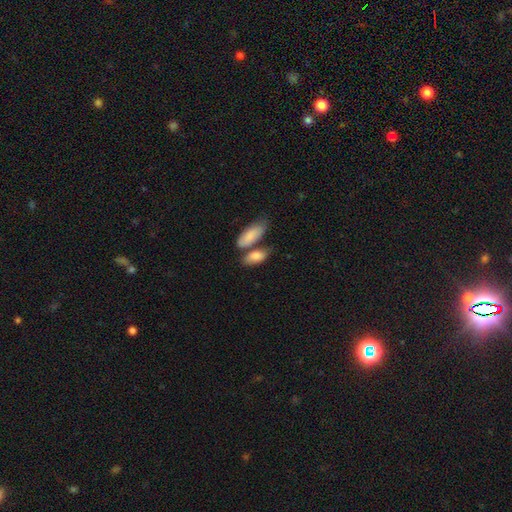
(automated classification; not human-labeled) Q: Smooth or featured?
A: smooth (82%); runner-up: featured or disk (12%)
Q: How rounded?
A: in between (85%); runner-up: cigar-shaped (11%)
Q: Merging?
A: none (45%); runner-up: merger (35%)